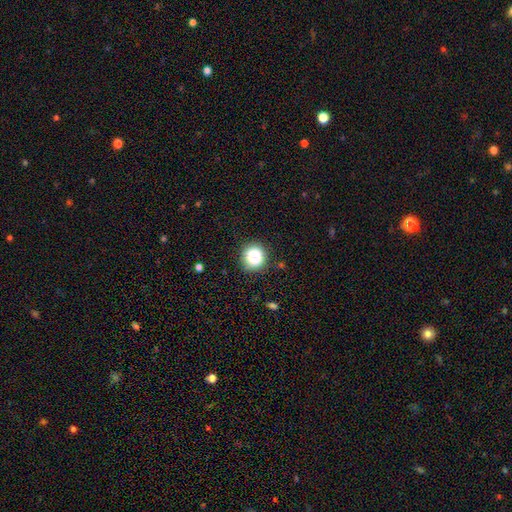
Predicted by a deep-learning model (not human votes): This is clearly a smooth galaxy (84%). How rounded: clearly round (89%). Merging: clearly none (85%).